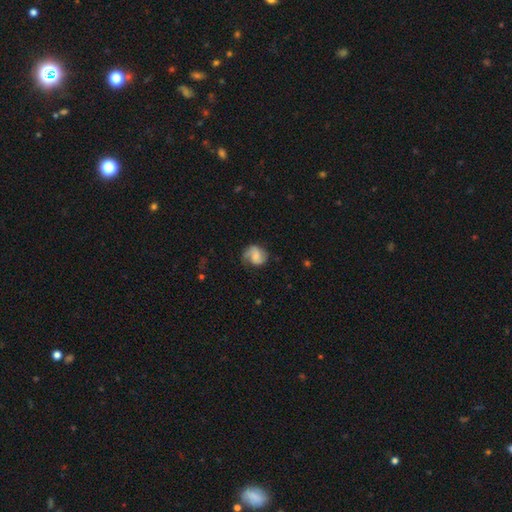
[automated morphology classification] Smooth or featured?
  - featured or disk: 60% *
  - smooth: 33%
  - star or artifact: 7%
Edge-on disk?
  - no: 98% *
  - yes: 2%
Bar?
  - no: 48% *
  - weak: 41%
  - strong: 11%
Spiral arms?
  - yes: 92% *
  - no: 8%
Spiral winding?
  - medium: 44% *
  - loose: 33%
  - tight: 23%
Spiral arm count?
  - 2: 75% *
  - 1: 13%
  - can't tell: 8%
  - 3: 2%
  - 4: 1%
  - more than 4: 1%
Bulge size?
  - small: 37% *
  - moderate: 28%
  - none: 26%
  - large: 7%
  - dominant: 2%
Merging?
  - none: 62% *
  - minor disturbance: 24%
  - major disturbance: 12%
  - merger: 2%